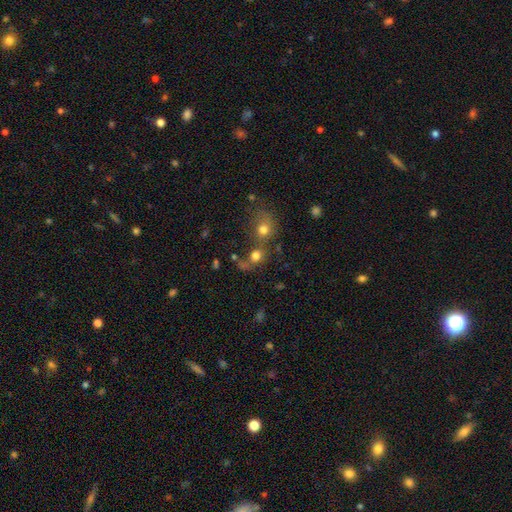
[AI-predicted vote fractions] Smooth or featured? Predicted: smooth (p=0.73). How rounded? Predicted: round (p=0.76). Merging? Predicted: merger (p=0.43).